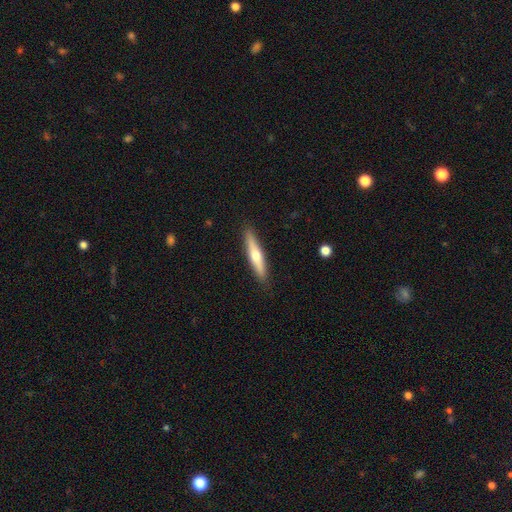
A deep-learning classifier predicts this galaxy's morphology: Smooth or featured? Predicted: smooth (p=0.48). Merging? Predicted: none (p=0.89).